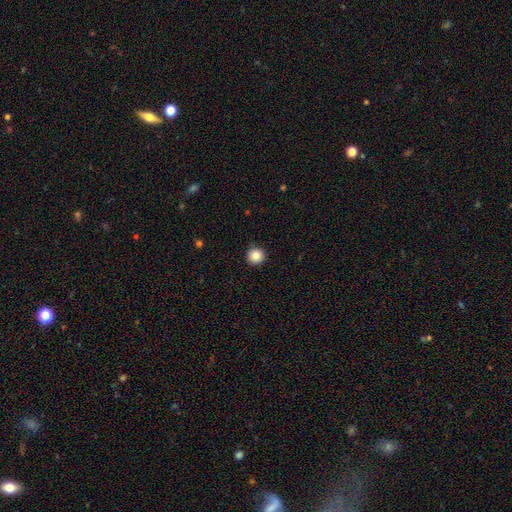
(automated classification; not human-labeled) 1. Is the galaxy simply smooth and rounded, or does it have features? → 85% smooth, 10% star or artifact, 5% featured or disk.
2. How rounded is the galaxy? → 95% round, 4% in between, 1% cigar-shaped.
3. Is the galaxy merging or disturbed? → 91% none, 6% minor disturbance, 2% major disturbance, 1% merger.